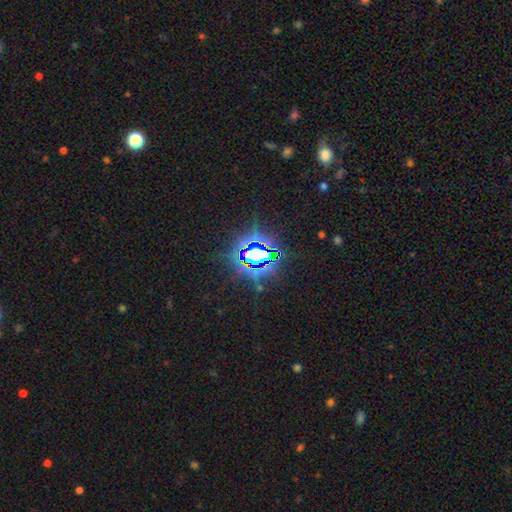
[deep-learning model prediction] Smooth or featured? star or artifact (81%)